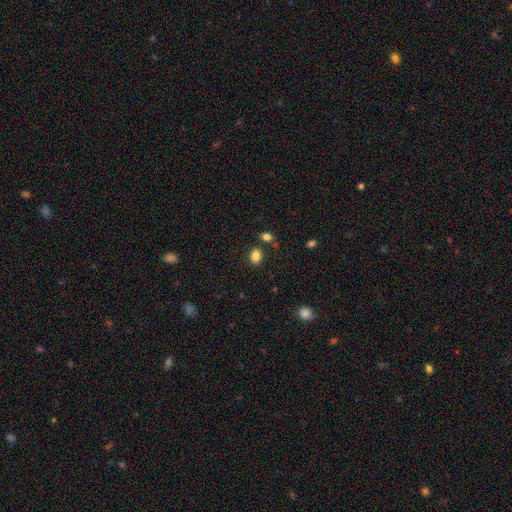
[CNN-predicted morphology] smooth 84%, star or artifact 11%, featured or disk 5%. Down the decision tree: how rounded — in between (65%); merging — none (79%).